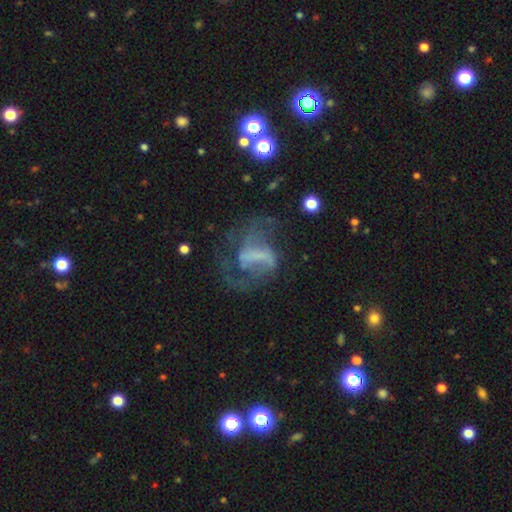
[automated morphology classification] Smooth or featured: featured or disk — 72% (smooth — 16%)
Edge-on disk: no — 97% (yes — 3%)
Bar: weak — 39% (strong — 33%)
Spiral arms: yes — 75% (no — 25%)
Spiral winding: loose — 43% (medium — 41%)
Spiral arm count: 2 — 48% (1 — 23%)
Bulge size: none — 60% (small — 20%)
Merging: major disturbance — 41% (none — 39%)